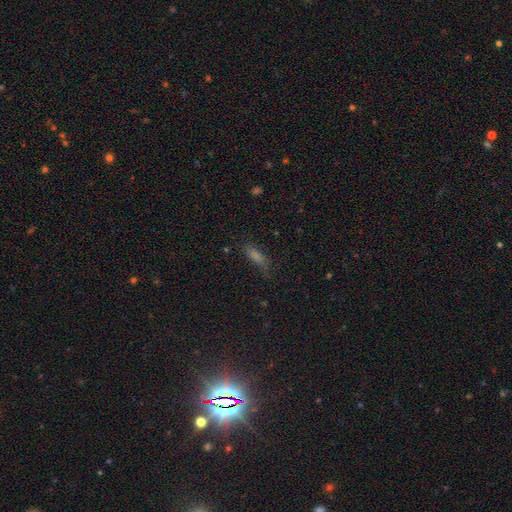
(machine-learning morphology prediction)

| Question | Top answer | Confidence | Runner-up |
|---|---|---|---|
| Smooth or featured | smooth | 52% | star or artifact (27%) |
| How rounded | cigar-shaped | 60% | in between (36%) |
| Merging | none | 70% | minor disturbance (21%) |